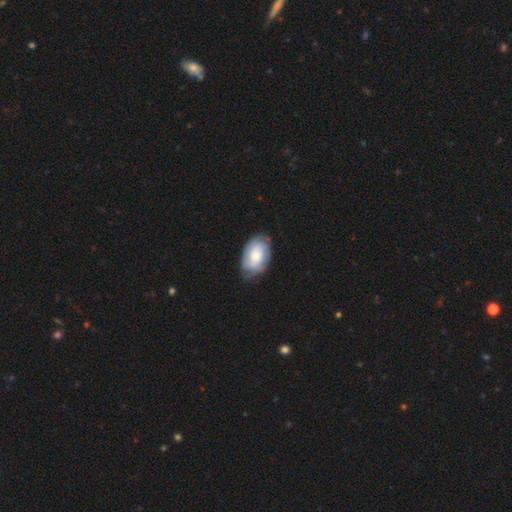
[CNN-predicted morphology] Smooth or featured? Predicted: smooth (p=0.58). How rounded? Predicted: in between (p=0.90). Merging? Predicted: none (p=0.72).